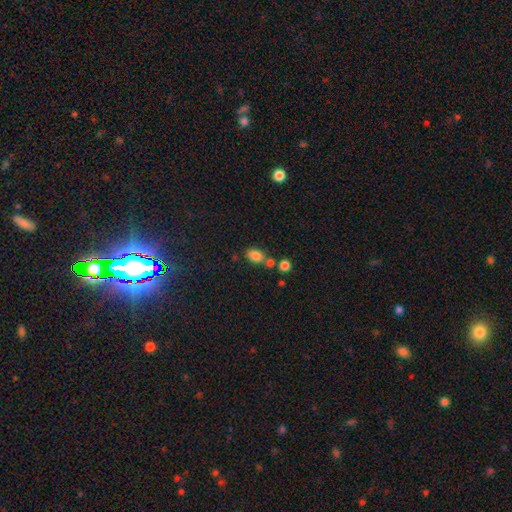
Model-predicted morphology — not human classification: Smooth or featured? Predicted: smooth (p=0.82). How rounded? Predicted: in between (p=0.81). Merging? Predicted: none (p=0.62).